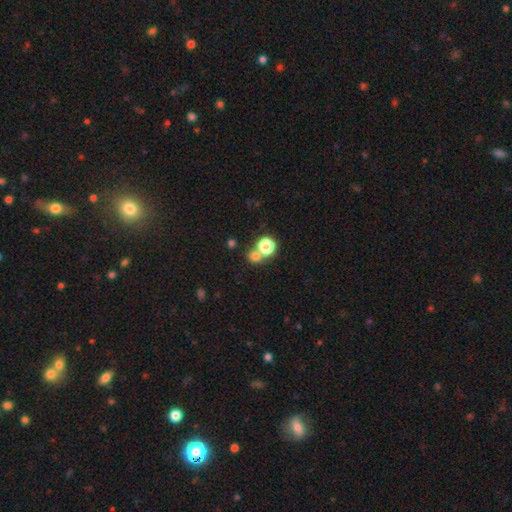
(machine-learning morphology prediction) This is likely a smooth galaxy (72%). How rounded: clearly round (84%). Merging: possibly none (54%).